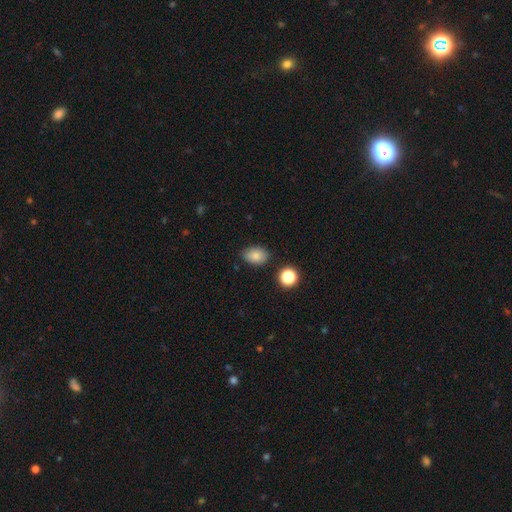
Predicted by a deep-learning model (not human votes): Q: Smooth or featured?
A: smooth (83%); runner-up: star or artifact (10%)
Q: How rounded?
A: in between (77%); runner-up: round (22%)
Q: Merging?
A: none (78%); runner-up: minor disturbance (16%)